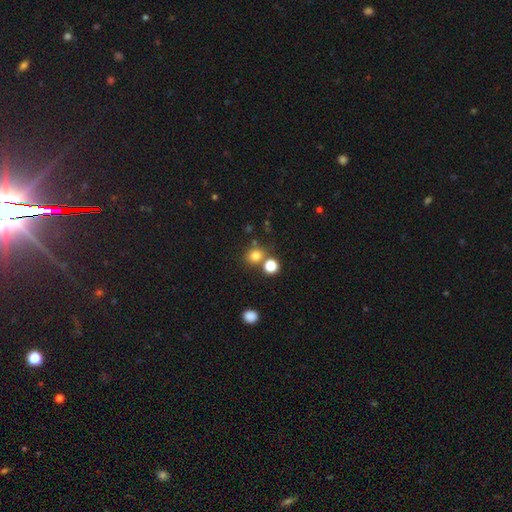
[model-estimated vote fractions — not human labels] smooth_or_featured: smooth (p=0.77) [alt: star or artifact p=0.16]
how_rounded: round (p=0.80) [alt: in between p=0.19]
merging: none (p=0.69) [alt: merger p=0.19]